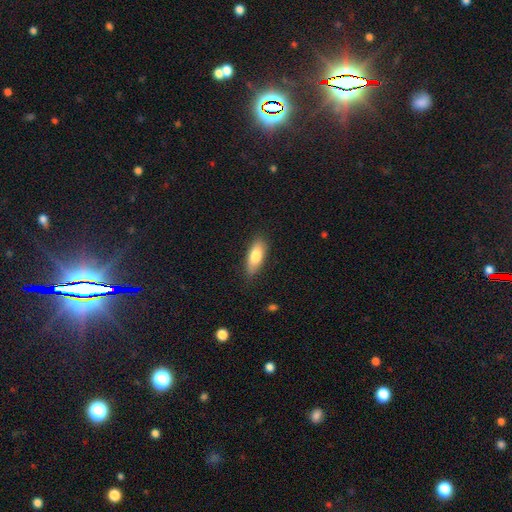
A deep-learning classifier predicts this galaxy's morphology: A smooth galaxy with no disk features (76%) that is in between round and cigar-shaped (74%). Merging: none (80%).